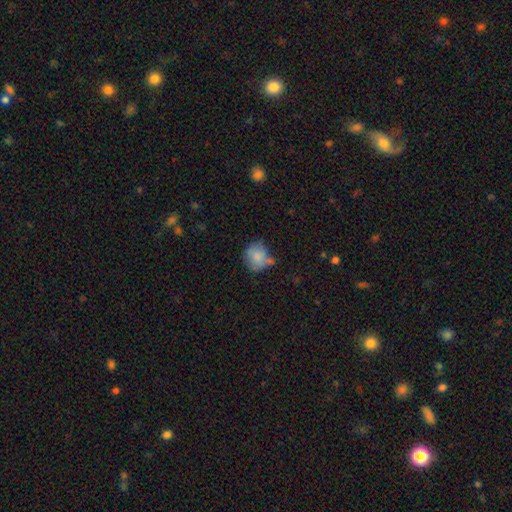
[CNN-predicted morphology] smooth_or_featured: smooth (p=0.76) [alt: featured or disk p=0.16]
how_rounded: round (p=0.77) [alt: in between p=0.22]
merging: none (p=0.46) [alt: minor disturbance p=0.30]